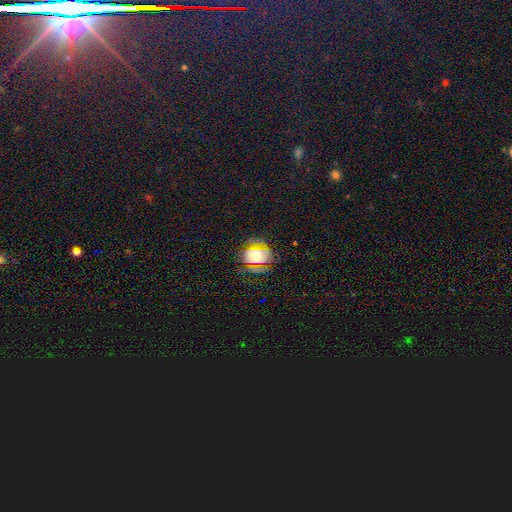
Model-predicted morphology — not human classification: The model was most divided on "smooth or featured": featured or disk: 52%, smooth: 34%, star or artifact: 13%. More confident: edge-on disk — no (93%); merging — none (66%).